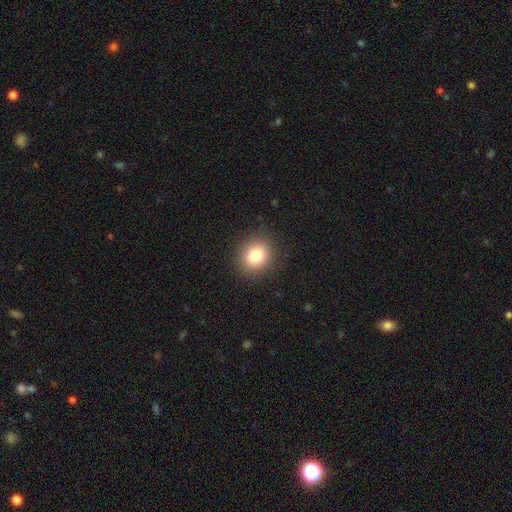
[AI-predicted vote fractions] This is clearly a smooth galaxy (83%). How rounded: likely round (74%). Merging: clearly none (88%).